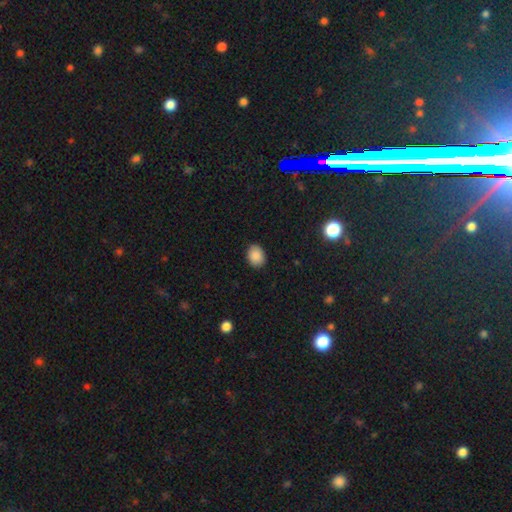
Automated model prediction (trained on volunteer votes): Overall: smooth (88%). How rounded: in between (59%; round 40%). Merging: none (88%).